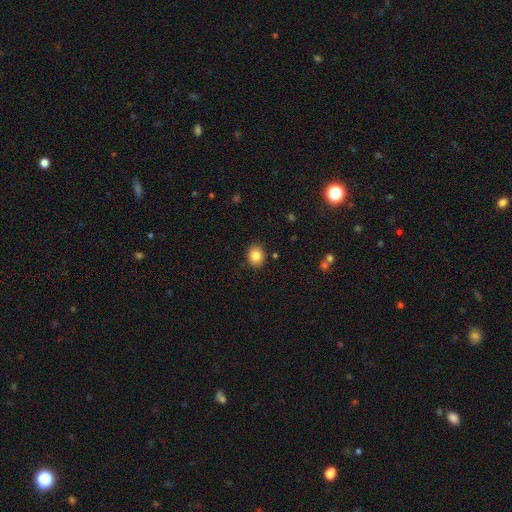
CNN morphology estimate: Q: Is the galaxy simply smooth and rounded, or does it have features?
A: smooth — 85%.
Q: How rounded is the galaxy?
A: round — 59%.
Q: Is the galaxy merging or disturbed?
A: none — 88%.